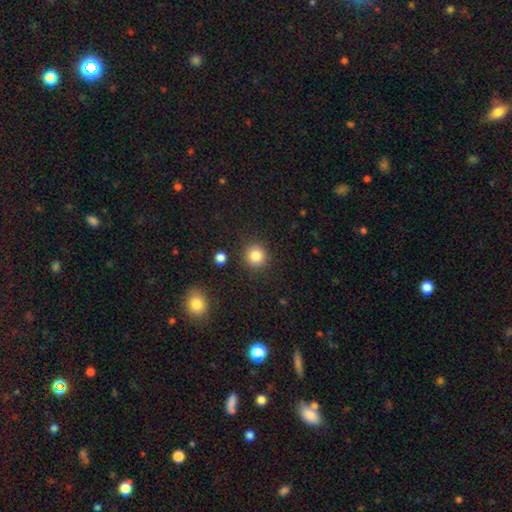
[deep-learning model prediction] Smooth or featured? Predicted: smooth (p=0.85). How rounded? Predicted: round (p=0.91). Merging? Predicted: none (p=0.89).